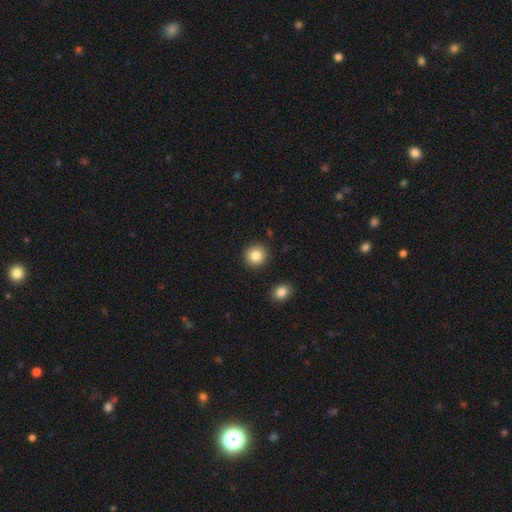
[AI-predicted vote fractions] Smooth or featured? Predicted: smooth (p=0.84). How rounded? Predicted: round (p=0.92). Merging? Predicted: none (p=0.91).